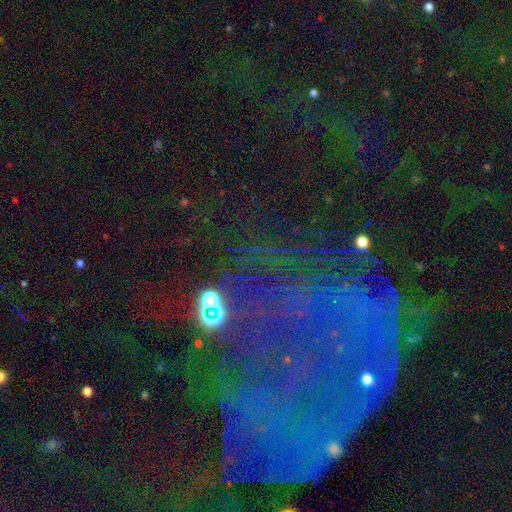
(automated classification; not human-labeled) Q: Smooth or featured?
A: star or artifact (56%); runner-up: featured or disk (29%)